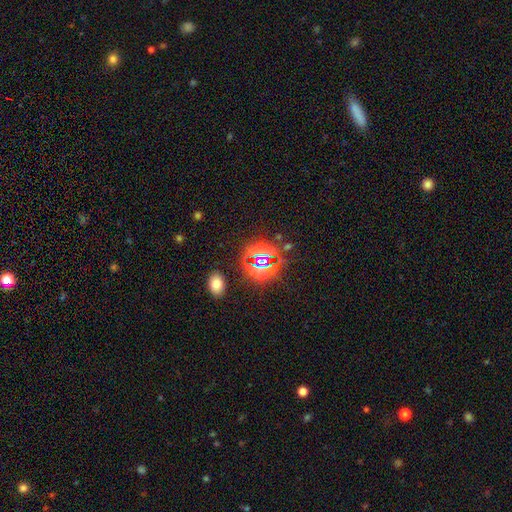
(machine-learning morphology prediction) A star or artifact, not a galaxy (72%).